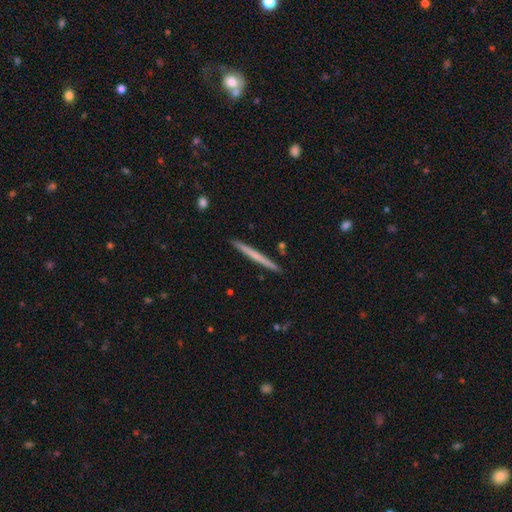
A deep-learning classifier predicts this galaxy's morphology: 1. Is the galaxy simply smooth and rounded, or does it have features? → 51% smooth, 44% featured or disk, 5% star or artifact.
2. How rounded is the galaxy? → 97% cigar-shaped, 2% in between, 1% round.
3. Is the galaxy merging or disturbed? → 92% none, 5% minor disturbance, 1% merger, 1% major disturbance.